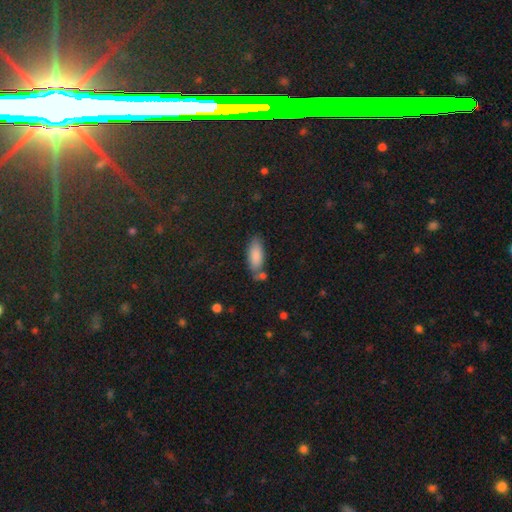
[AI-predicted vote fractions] smooth 86%, featured or disk 7%, star or artifact 7%. Down the decision tree: how rounded — in between (79%); merging — none (64%).